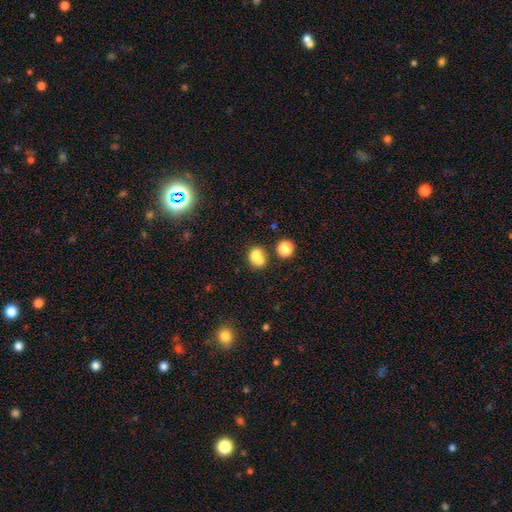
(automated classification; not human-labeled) Smooth or featured?
  - smooth: 76% *
  - featured or disk: 13%
  - star or artifact: 12%
How rounded?
  - round: 62% *
  - in between: 37%
  - cigar-shaped: 1%
Merging?
  - merger: 46% *
  - none: 37%
  - minor disturbance: 12%
  - major disturbance: 5%